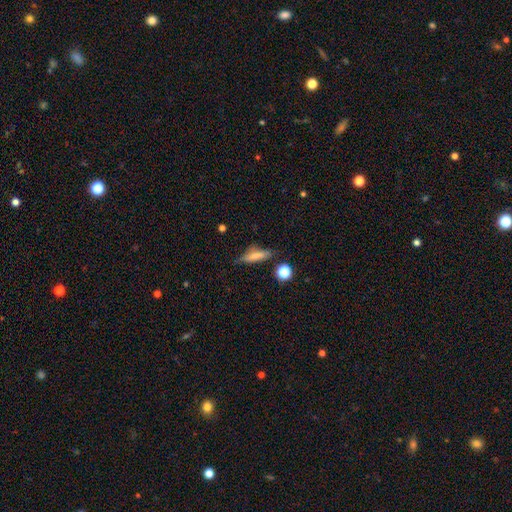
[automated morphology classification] Smooth or featured: smooth — 65% (featured or disk — 25%)
How rounded: cigar-shaped — 66% (in between — 30%)
Merging: none — 70% (minor disturbance — 20%)